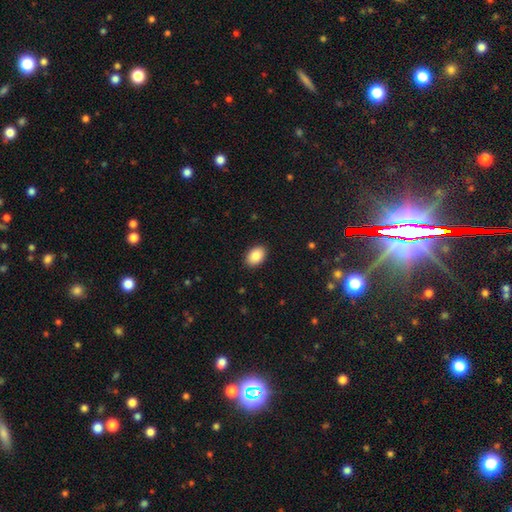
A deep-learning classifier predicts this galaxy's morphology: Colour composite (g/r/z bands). It shows a smooth galaxy with no disk features (88%) that is in between round and cigar-shaped (83%). Merging: none (90%).